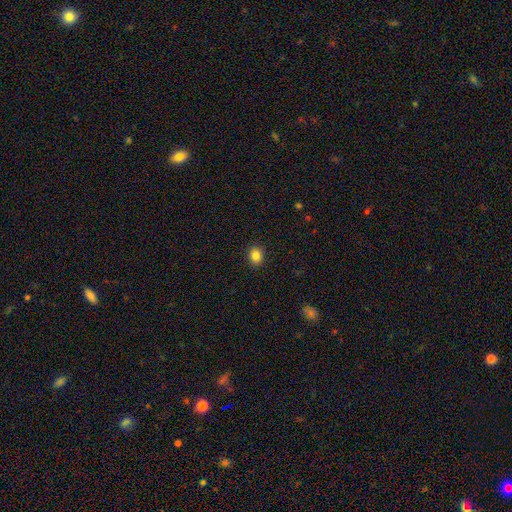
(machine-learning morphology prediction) Overall: smooth (84%). How rounded: round (61%; in between 38%). Merging: none (90%).